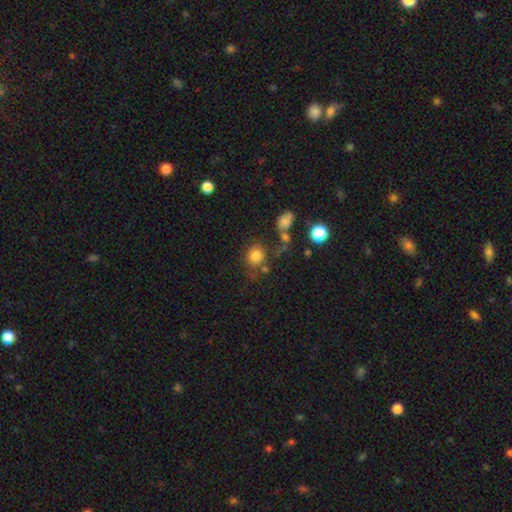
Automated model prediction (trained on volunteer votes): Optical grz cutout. It shows a smooth galaxy with no disk features (80%) that is round (76%). Merging: none (64%).